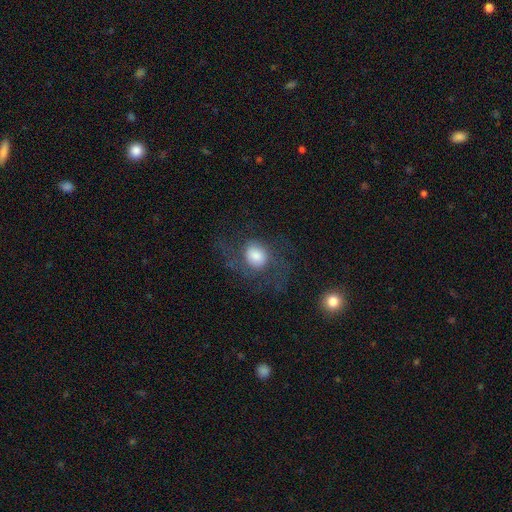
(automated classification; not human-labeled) smooth-or-featured: smooth: 53% | featured or disk: 37% | star or artifact: 10%
  how-rounded: round: 63% | in between: 35% | cigar-shaped: 1%
  merging: none: 47% | major disturbance: 32% | minor disturbance: 18% | merger: 2%